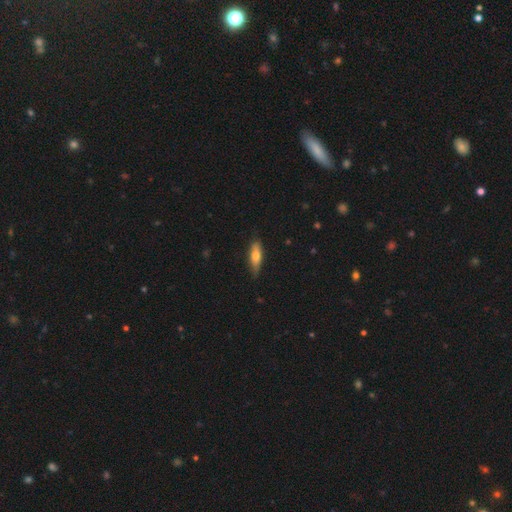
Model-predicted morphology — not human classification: type=smooth (67%); roundness=cigar-shaped (51%); merging=none (79%).